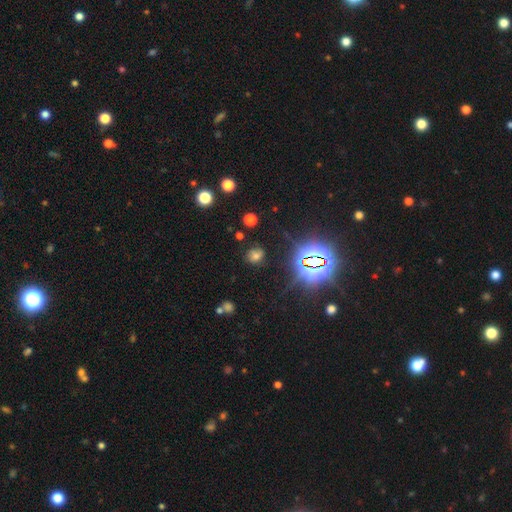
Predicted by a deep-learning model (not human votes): Smooth or featured? smooth (51%)
How rounded? round (67%)
Merging? none (73%)